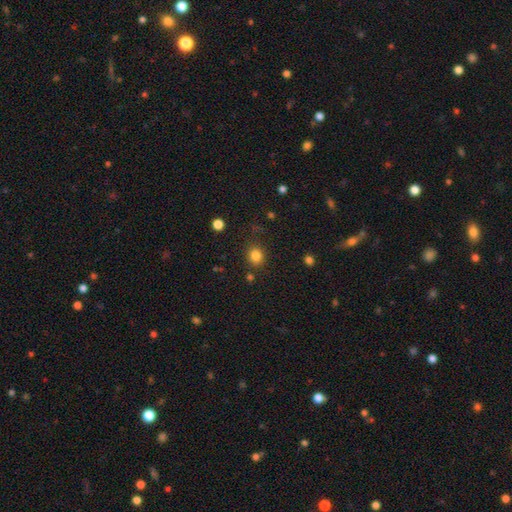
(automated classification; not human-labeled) Q: Smooth or featured?
A: smooth (83%); runner-up: star or artifact (12%)
Q: How rounded?
A: round (74%); runner-up: in between (25%)
Q: Merging?
A: none (82%); runner-up: minor disturbance (11%)